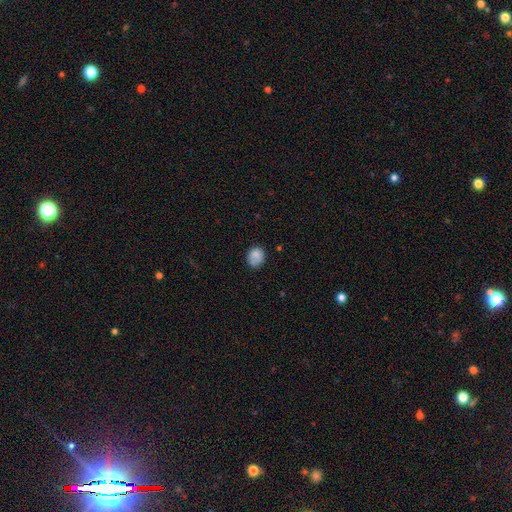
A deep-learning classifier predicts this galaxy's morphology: Smooth or featured? smooth (81%)
How rounded? round (65%)
Merging? none (69%)